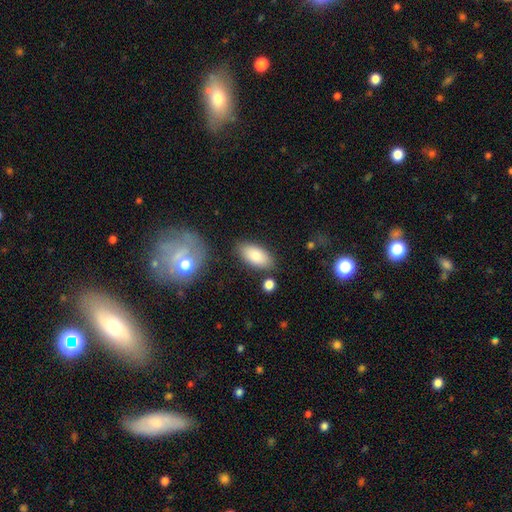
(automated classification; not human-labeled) Q: Smooth or featured?
A: smooth (84%); runner-up: featured or disk (10%)
Q: How rounded?
A: in between (93%); runner-up: cigar-shaped (5%)
Q: Merging?
A: none (80%); runner-up: minor disturbance (12%)